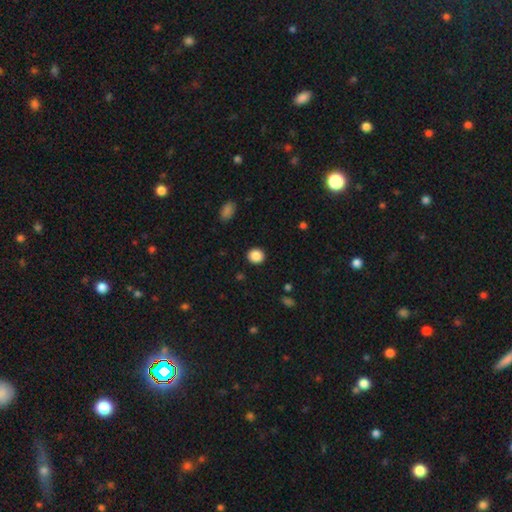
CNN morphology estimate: Smooth or featured? smooth (88%)
How rounded? round (87%)
Merging? none (91%)